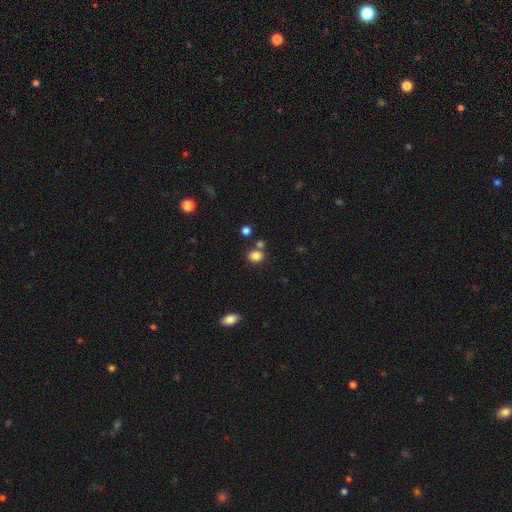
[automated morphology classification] Smooth or featured: smooth — 83% (star or artifact — 12%)
How rounded: round — 65% (in between — 34%)
Merging: none — 69% (merger — 17%)